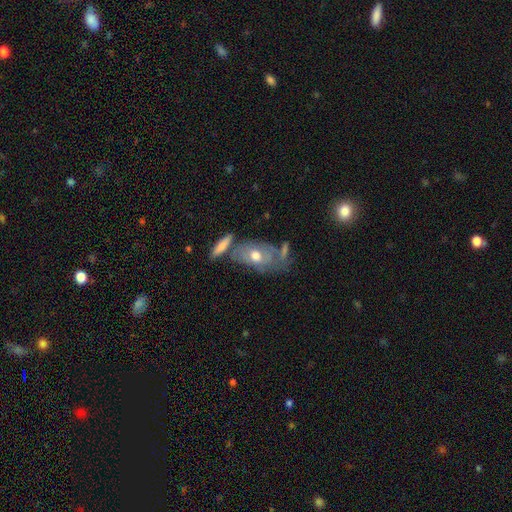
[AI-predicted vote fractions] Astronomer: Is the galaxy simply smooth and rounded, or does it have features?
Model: featured or disk — 48% (runner-up: smooth, 44%).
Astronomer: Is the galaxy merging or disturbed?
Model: none — 45% (runner-up: minor disturbance, 23%).